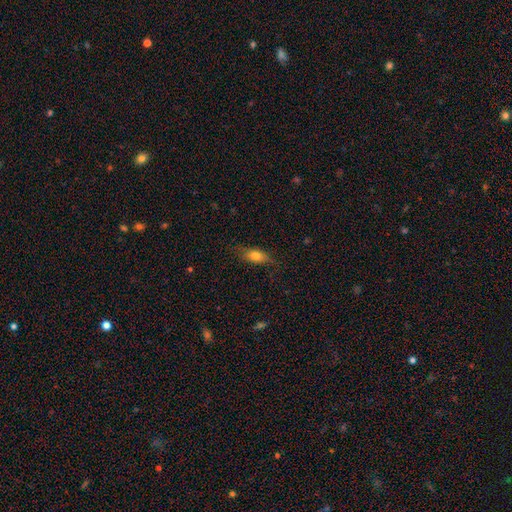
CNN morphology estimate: Smooth or featured? Predicted: smooth (p=0.73). How rounded? Predicted: in between (p=0.74). Merging? Predicted: none (p=0.74).